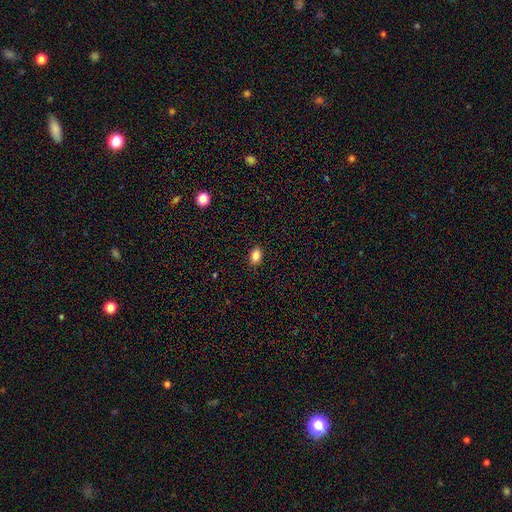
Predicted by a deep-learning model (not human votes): Overall: smooth (86%). How rounded: in between (82%). Merging: none (88%).